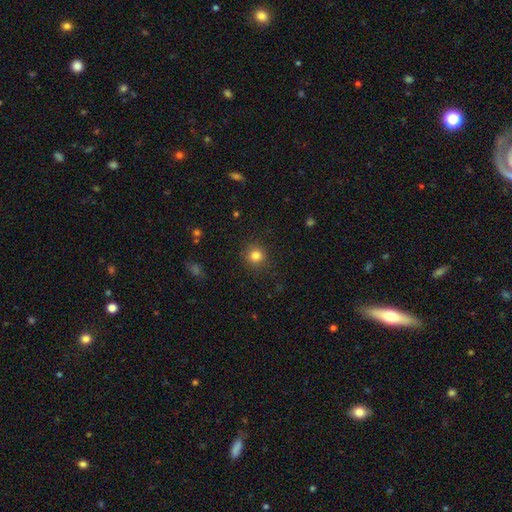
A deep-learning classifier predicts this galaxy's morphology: smooth-or-featured: smooth: 83% | star or artifact: 12% | featured or disk: 5%
  how-rounded: round: 92% | in between: 7% | cigar-shaped: 1%
  merging: none: 89% | minor disturbance: 7% | major disturbance: 3% | merger: 1%